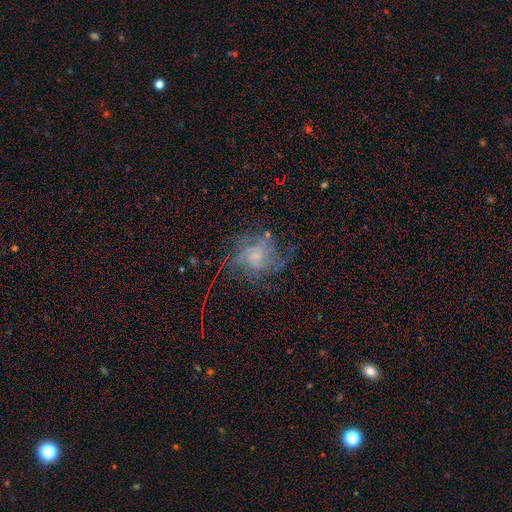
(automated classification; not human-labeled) A featured or disk galaxy (70%) with no bar (61%), tight (42%) spiral arms (87%) and a small central bulge (41%).

Vote fractions:
- Smooth or featured? featured or disk: 70% / smooth: 16% / star or artifact: 14%
- Edge-on disk? no: 98% / yes: 2%
- Bar? no: 61% / weak: 32% / strong: 6%
- Spiral arms? yes: 87% / no: 13%
- Spiral winding? tight: 42% / medium: 40% / loose: 18%
- Spiral arm count? can't tell: 41% / 2: 18% / 3: 16% / 4: 11% / more than 4: 7% / 1: 7%
- Bulge size? small: 41% / none: 31% / moderate: 22% / large: 4% / dominant: 1%
- Merging? none: 59% / major disturbance: 20% / minor disturbance: 18% / merger: 2%